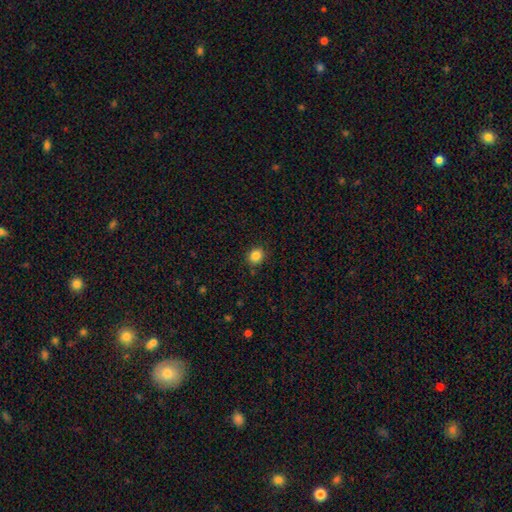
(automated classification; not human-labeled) A smooth galaxy with no disk features (85%) that is round (71%).

Vote fractions:
- Smooth or featured? smooth: 85% / star or artifact: 11% / featured or disk: 4%
- How rounded? round: 71% / in between: 28% / cigar-shaped: 1%
- Merging? none: 86% / minor disturbance: 10% / major disturbance: 3% / merger: 2%